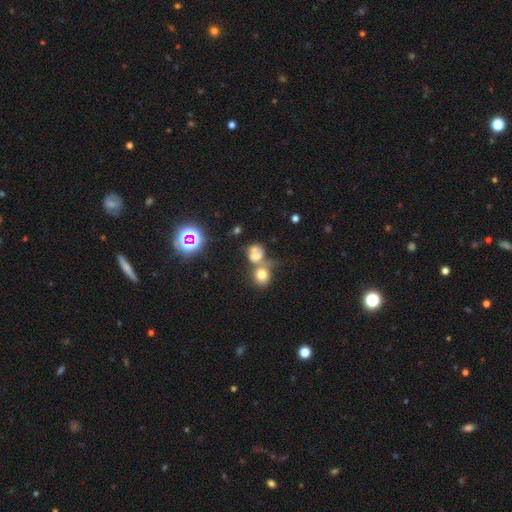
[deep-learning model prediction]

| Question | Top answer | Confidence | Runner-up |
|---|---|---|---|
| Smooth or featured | smooth | 55% | star or artifact (27%) |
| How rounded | round | 73% | in between (25%) |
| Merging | merger | 46% | none (36%) |